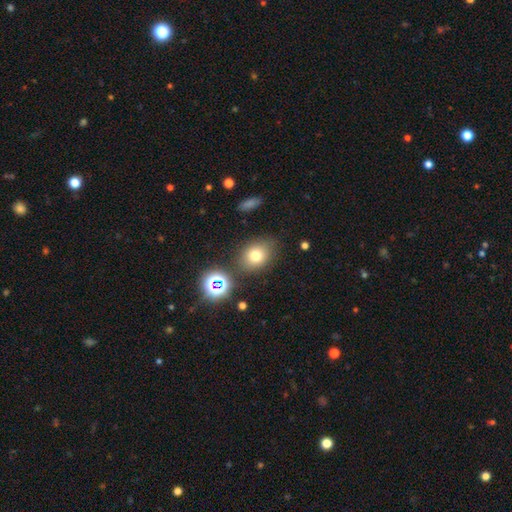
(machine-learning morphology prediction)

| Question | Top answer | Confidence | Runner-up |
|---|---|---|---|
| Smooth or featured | smooth | 73% | star or artifact (16%) |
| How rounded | in between | 55% | round (44%) |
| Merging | none | 78% | minor disturbance (13%) |